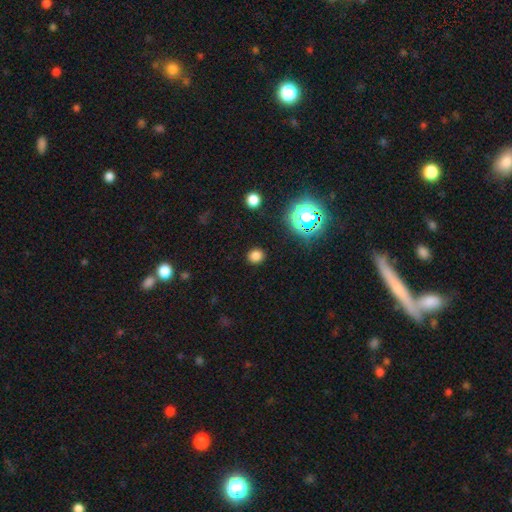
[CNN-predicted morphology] A smooth galaxy with no disk features (76%) that is round (81%).

Vote fractions:
- Smooth or featured? smooth: 76% / star or artifact: 19% / featured or disk: 5%
- How rounded? round: 81% / in between: 18% / cigar-shaped: 1%
- Merging? none: 89% / minor disturbance: 7% / major disturbance: 3% / merger: 1%